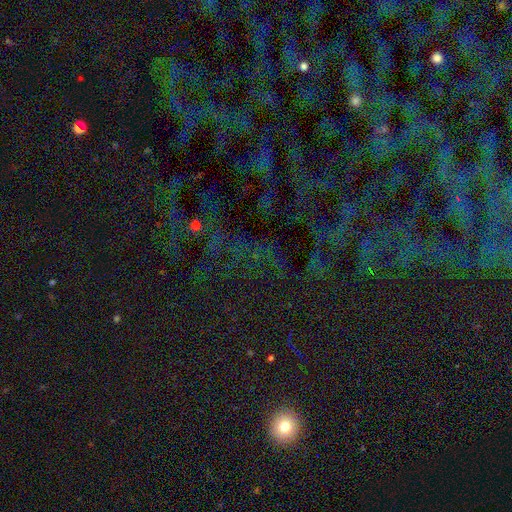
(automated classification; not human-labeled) Smooth or featured?
  - star or artifact: 75% *
  - smooth: 15%
  - featured or disk: 10%